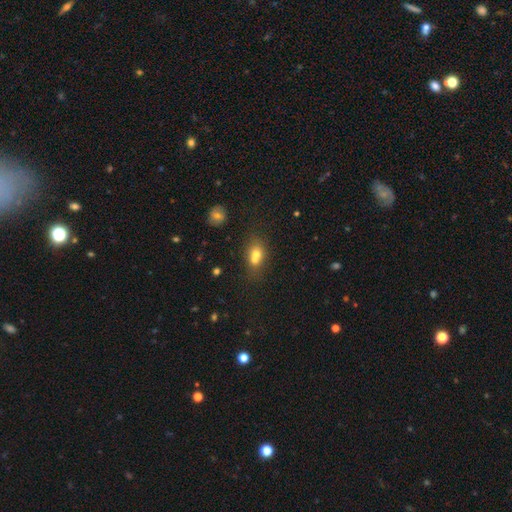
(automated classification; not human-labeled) A smooth galaxy with no disk features (67%) that is in between round and cigar-shaped (54%).

Vote fractions:
- Smooth or featured? smooth: 67% / featured or disk: 19% / star or artifact: 14%
- How rounded? in between: 54% / round: 44% / cigar-shaped: 3%
- Merging? merger: 57% / none: 30% / minor disturbance: 8% / major disturbance: 4%